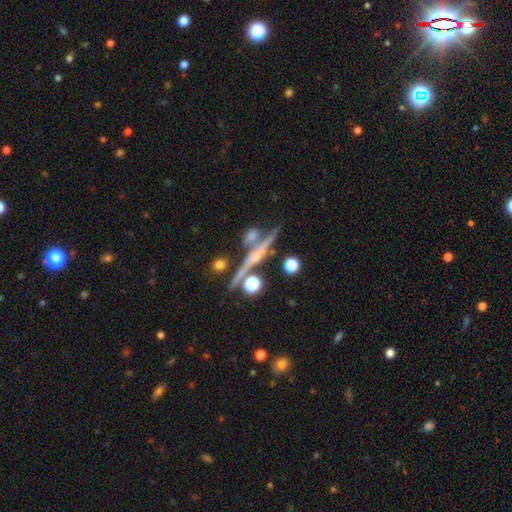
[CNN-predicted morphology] Q: Smooth or featured?
A: featured or disk (76%); runner-up: smooth (13%)
Q: Edge-on disk?
A: yes (94%); runner-up: no (6%)
Q: Edge-on bulge?
A: rounded (77%); runner-up: none (15%)
Q: Merging?
A: none (73%); runner-up: merger (12%)